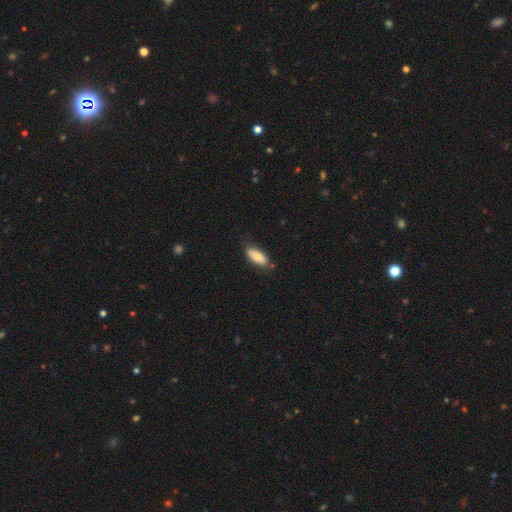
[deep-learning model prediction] Q: Smooth or featured?
A: smooth (78%); runner-up: featured or disk (15%)
Q: How rounded?
A: in between (81%); runner-up: cigar-shaped (17%)
Q: Merging?
A: none (79%); runner-up: minor disturbance (16%)